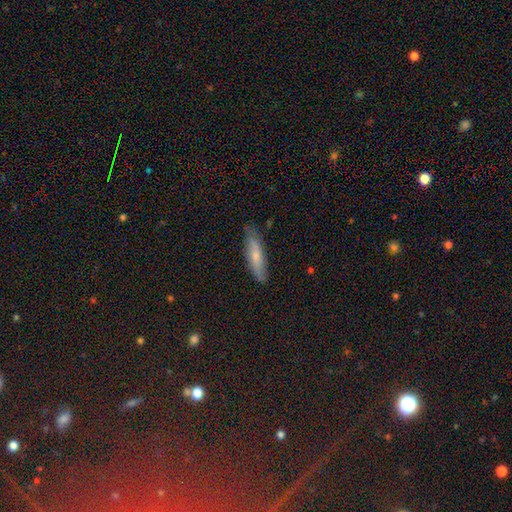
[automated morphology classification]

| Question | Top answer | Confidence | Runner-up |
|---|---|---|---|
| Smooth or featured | smooth | 62% | featured or disk (32%) |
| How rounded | cigar-shaped | 67% | in between (31%) |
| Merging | none | 79% | minor disturbance (17%) |